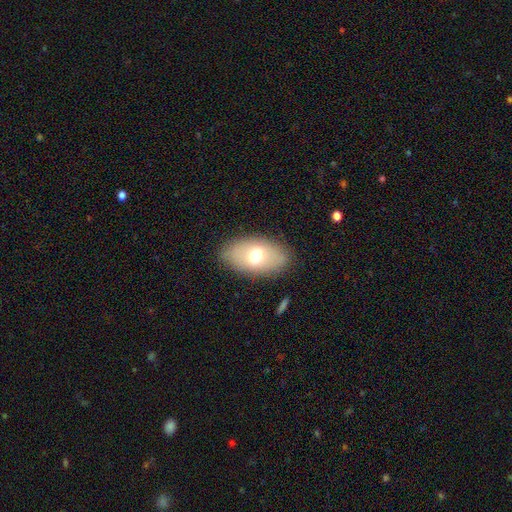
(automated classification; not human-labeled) Smooth or featured? Predicted: smooth (p=0.65). How rounded? Predicted: in between (p=0.91). Merging? Predicted: none (p=0.84).